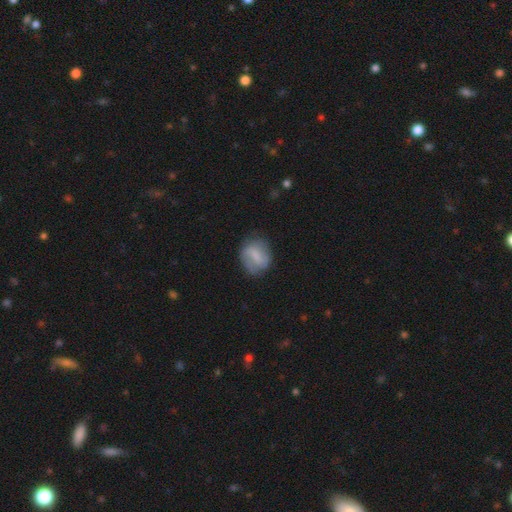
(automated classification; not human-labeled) This is possibly a smooth galaxy (56%). How rounded: possibly round (57%). Merging: likely none (68%).